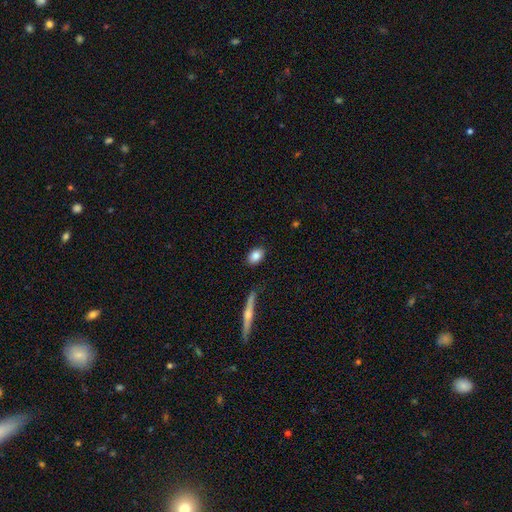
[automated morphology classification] type=smooth (84%); roundness=in between (79%); merging=none (87%).